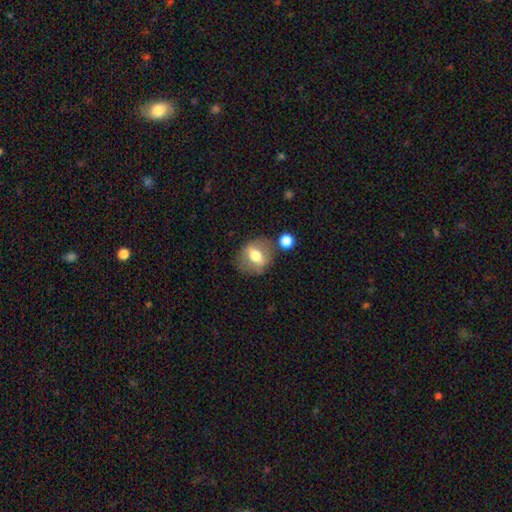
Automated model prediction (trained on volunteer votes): Smooth or featured?
  - smooth: 54% *
  - featured or disk: 38%
  - star or artifact: 8%
How rounded?
  - in between: 53% *
  - round: 44%
  - cigar-shaped: 3%
Merging?
  - none: 70% *
  - minor disturbance: 15%
  - merger: 8%
  - major disturbance: 7%